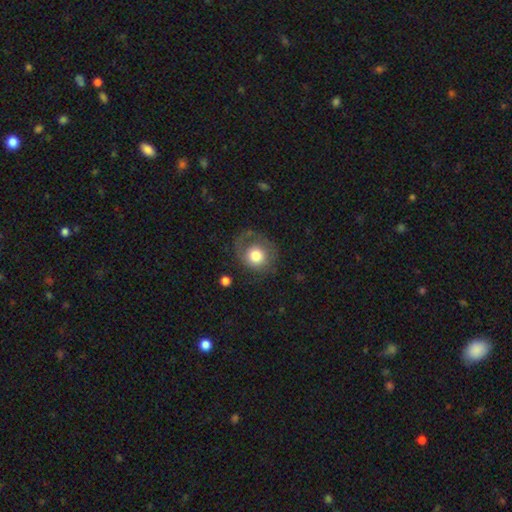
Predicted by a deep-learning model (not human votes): Overall: smooth (67%). How rounded: round (81%). Merging: none (54%; major disturbance 22%).